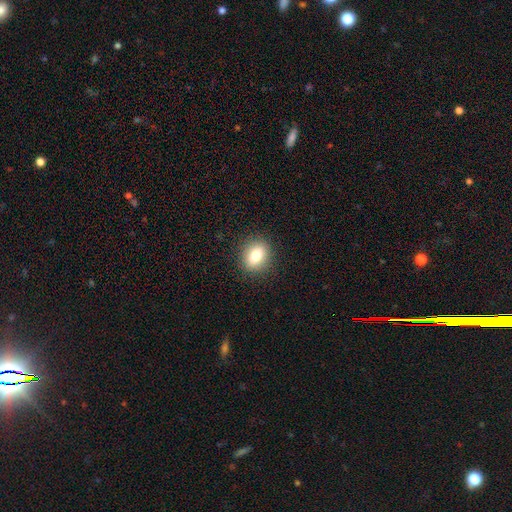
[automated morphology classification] Smooth or featured?
  - smooth: 77% *
  - featured or disk: 13%
  - star or artifact: 10%
How rounded?
  - in between: 53% *
  - round: 44%
  - cigar-shaped: 2%
Merging?
  - none: 88% *
  - minor disturbance: 8%
  - major disturbance: 2%
  - merger: 1%